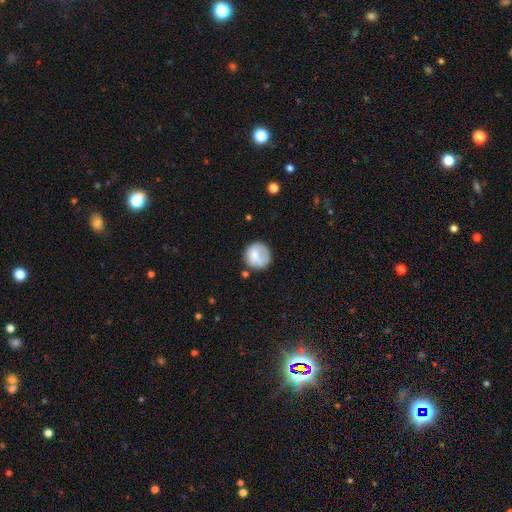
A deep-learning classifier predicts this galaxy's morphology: This is likely a smooth galaxy (75%). How rounded: clearly round (88%). Merging: likely none (64%).